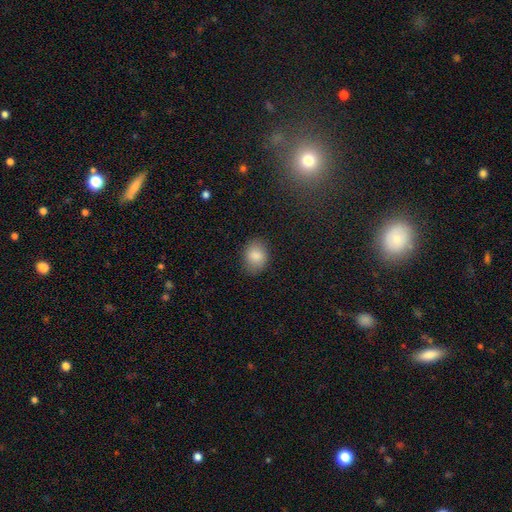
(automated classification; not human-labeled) smooth 85%, star or artifact 8%, featured or disk 6%. Down the decision tree: how rounded — in between (64%); merging — none (81%).